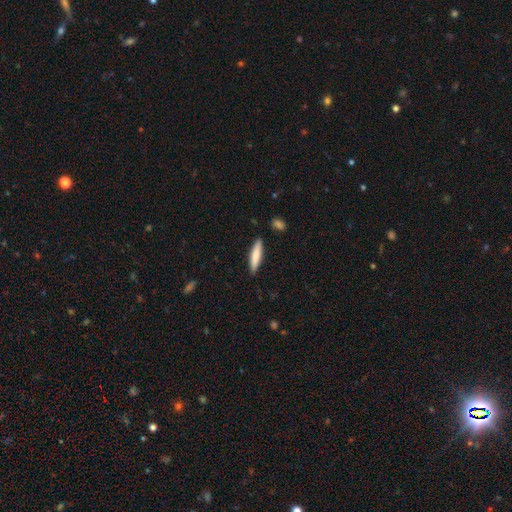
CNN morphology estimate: type=smooth (78%); roundness=cigar-shaped (82%); merging=none (87%).